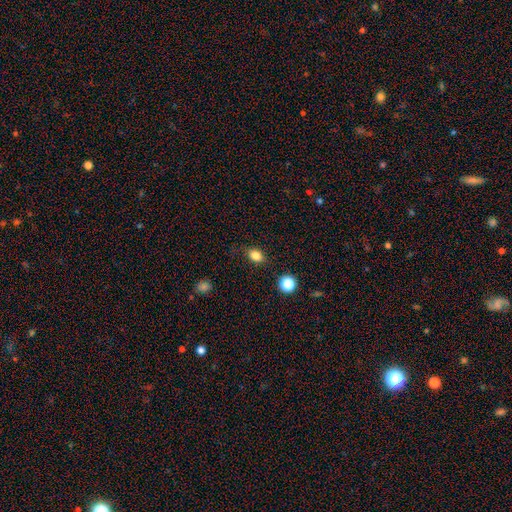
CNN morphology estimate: This is clearly a smooth galaxy (82%). How rounded: likely in between (68%). Merging: likely none (79%).